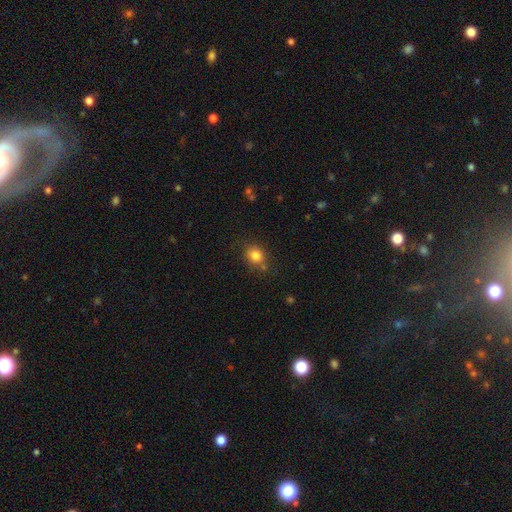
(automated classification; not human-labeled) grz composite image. It shows a smooth galaxy with no disk features (82%) that is round (71%). Merging: none (74%).